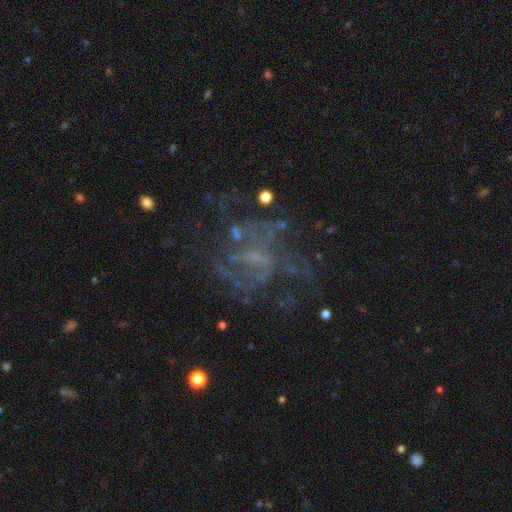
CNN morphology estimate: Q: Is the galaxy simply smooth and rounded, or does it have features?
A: featured or disk — 71%.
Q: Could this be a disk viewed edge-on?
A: no — 98%.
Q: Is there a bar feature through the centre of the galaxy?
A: no — 55%.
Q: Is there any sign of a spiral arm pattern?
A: yes — 67%.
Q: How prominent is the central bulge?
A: none — 46%.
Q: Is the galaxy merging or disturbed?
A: none — 51%.